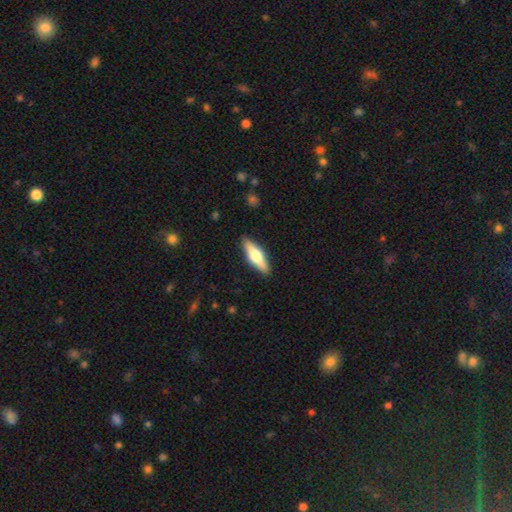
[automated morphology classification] This is possibly a featured or disk galaxy (48%). Merging: clearly none (89%).